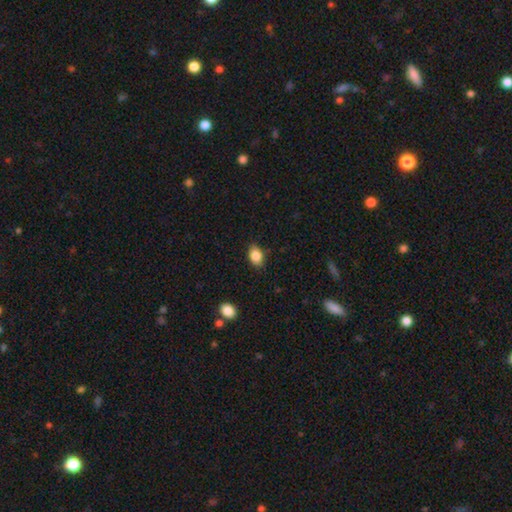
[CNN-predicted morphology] Overall: smooth (85%). How rounded: in between (81%). Merging: none (84%).